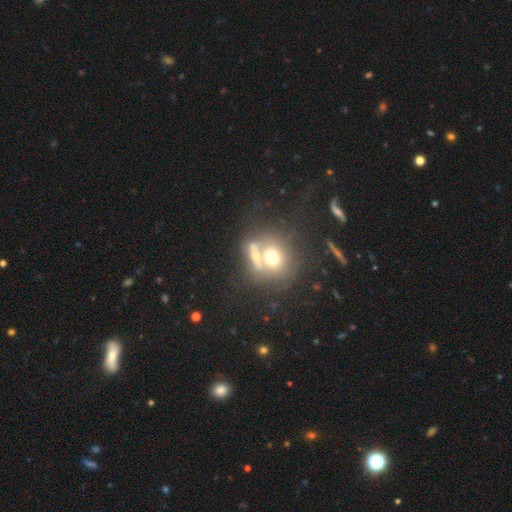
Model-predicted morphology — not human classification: smooth-or-featured: smooth: 57% | featured or disk: 30% | star or artifact: 12%
  how-rounded: round: 70% | in between: 26% | cigar-shaped: 4%
  merging: merger: 50% | none: 33% | minor disturbance: 9% | major disturbance: 8%